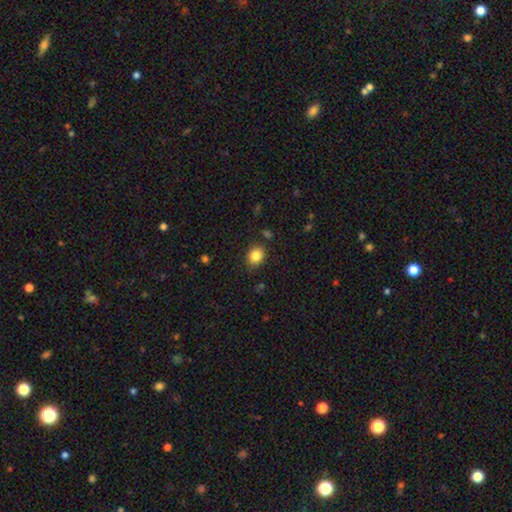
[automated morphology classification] A smooth galaxy with no disk features (85%) that is round (56%).

Vote fractions:
- Smooth or featured? smooth: 85% / star or artifact: 10% / featured or disk: 5%
- How rounded? round: 56% / in between: 43% / cigar-shaped: 1%
- Merging? none: 84% / minor disturbance: 11% / major disturbance: 3% / merger: 2%